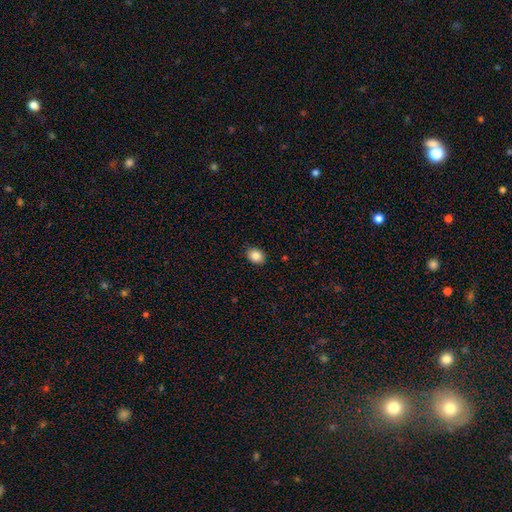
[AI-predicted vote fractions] The model was most divided on "how rounded": in between: 61%, round: 38%, cigar-shaped: 1%. More confident: merging — none (89%); smooth or featured — smooth (85%).